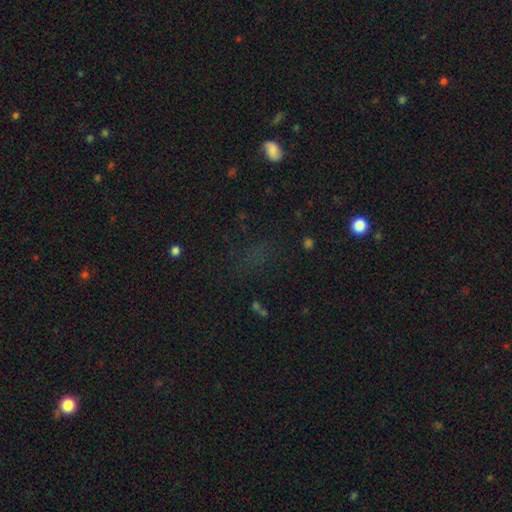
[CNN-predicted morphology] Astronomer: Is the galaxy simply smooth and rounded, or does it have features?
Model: star or artifact — 54% (runner-up: smooth, 34%).